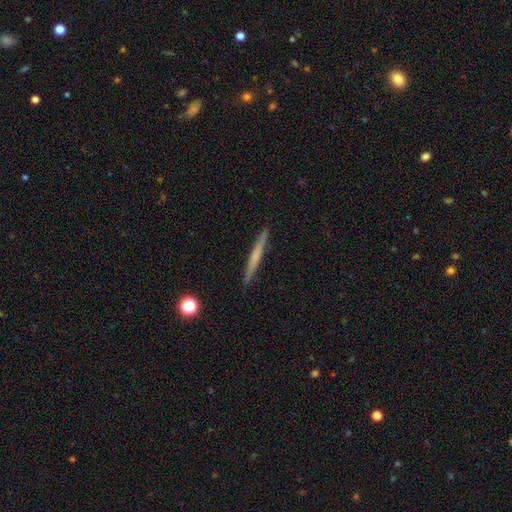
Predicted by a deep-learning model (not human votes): Smooth or featured? Predicted: featured or disk (p=0.47). Merging? Predicted: none (p=0.91).